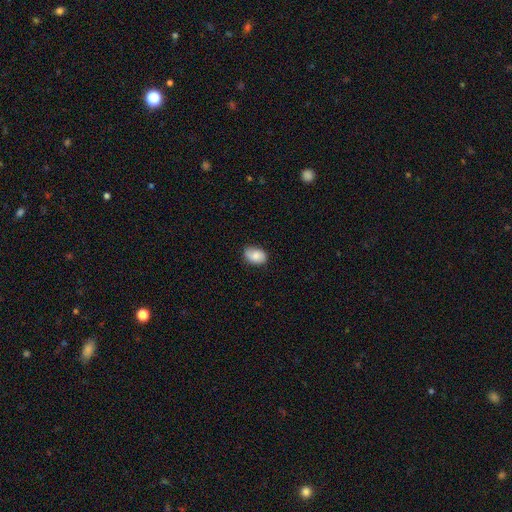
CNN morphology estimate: smooth-or-featured: smooth: 79% | featured or disk: 13% | star or artifact: 7%
  how-rounded: in between: 82% | round: 17% | cigar-shaped: 1%
  merging: none: 74% | minor disturbance: 22% | major disturbance: 4% | merger: 1%